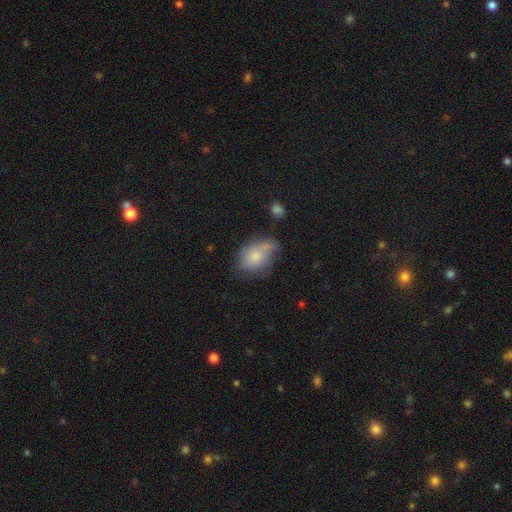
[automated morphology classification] type=smooth (71%); roundness=in between (73%); merging=none (42%).